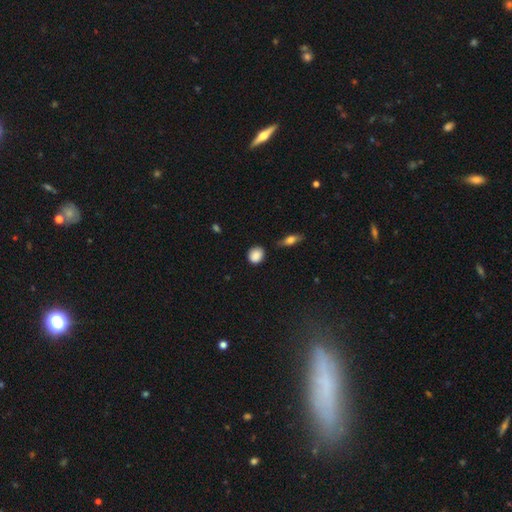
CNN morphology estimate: The model was most divided on "how rounded": round: 67%, in between: 31%, cigar-shaped: 2%. More confident: smooth or featured — smooth (87%); merging — none (77%).